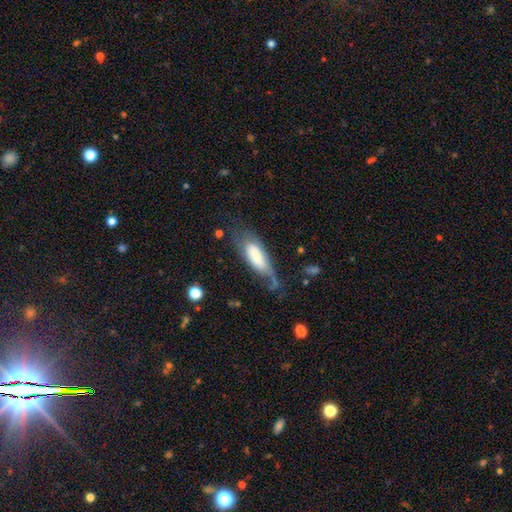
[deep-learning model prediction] Overall: smooth (59%; featured or disk 33%). How rounded: in between (72%). Merging: none (39%; minor disturbance 31%).